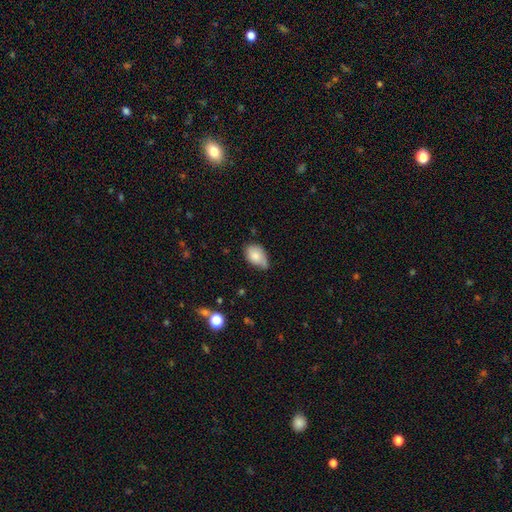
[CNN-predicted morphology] smooth_or_featured: smooth (p=0.79) [alt: featured or disk p=0.13]
how_rounded: in between (p=0.87) [alt: round p=0.12]
merging: none (p=0.46) [alt: minor disturbance p=0.43]